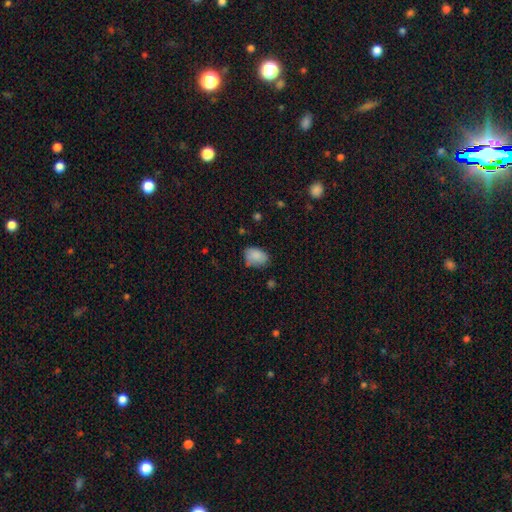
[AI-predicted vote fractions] Smooth or featured: smooth — 84% (featured or disk — 8%)
How rounded: in between — 80% (round — 19%)
Merging: none — 65% (minor disturbance — 27%)